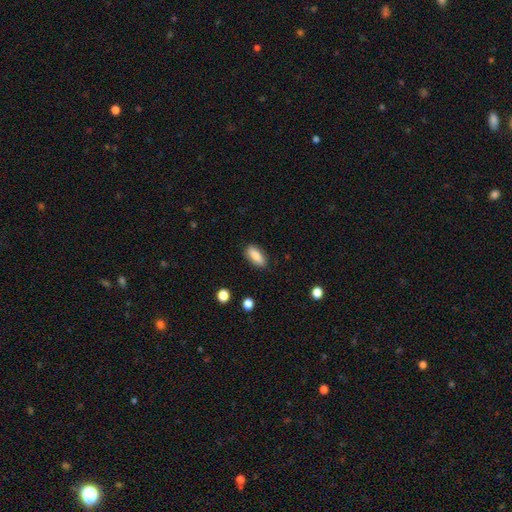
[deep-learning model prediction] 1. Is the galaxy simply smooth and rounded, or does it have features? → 84% smooth, 9% featured or disk, 7% star or artifact.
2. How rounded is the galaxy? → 80% in between, 18% cigar-shaped, 3% round.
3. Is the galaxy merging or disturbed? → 86% none, 10% minor disturbance, 2% major disturbance, 1% merger.